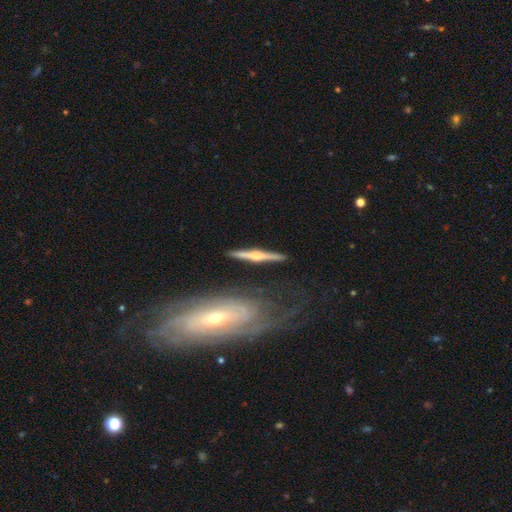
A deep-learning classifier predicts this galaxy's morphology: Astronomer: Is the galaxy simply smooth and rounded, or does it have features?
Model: featured or disk — 75%.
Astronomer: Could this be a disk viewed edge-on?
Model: yes — 96%.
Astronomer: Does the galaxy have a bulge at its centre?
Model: rounded — 84%.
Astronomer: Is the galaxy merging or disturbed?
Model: none — 84%.